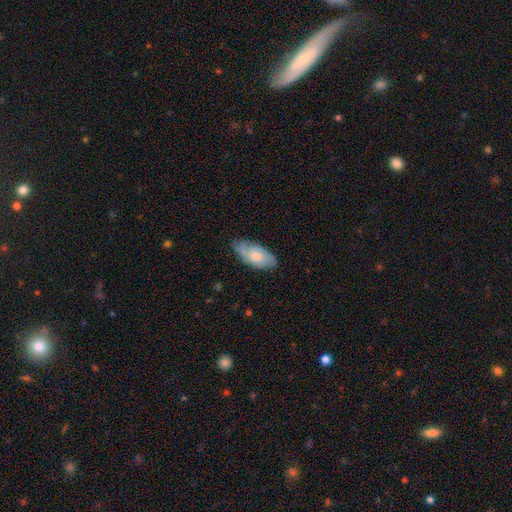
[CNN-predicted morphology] A smooth galaxy with no disk features (55%) that is in between round and cigar-shaped (89%).

Vote fractions:
- Smooth or featured? smooth: 55% / featured or disk: 39% / star or artifact: 6%
- How rounded? in between: 89% / cigar-shaped: 8% / round: 3%
- Merging? none: 67% / minor disturbance: 26% / major disturbance: 5% / merger: 1%